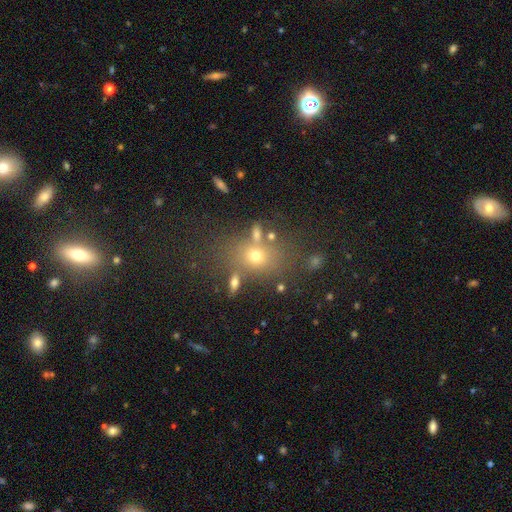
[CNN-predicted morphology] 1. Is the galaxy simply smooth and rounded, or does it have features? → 62% smooth, 21% star or artifact, 17% featured or disk.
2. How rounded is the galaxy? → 56% in between, 42% round, 2% cigar-shaped.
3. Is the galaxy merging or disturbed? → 66% none, 13% minor disturbance, 13% merger, 7% major disturbance.